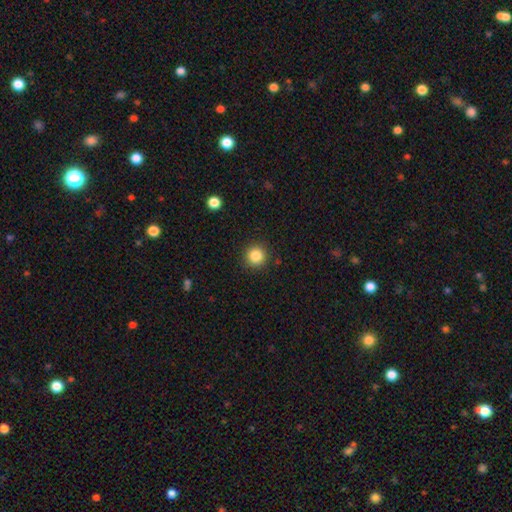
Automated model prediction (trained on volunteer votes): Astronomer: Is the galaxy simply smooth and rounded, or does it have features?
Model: smooth — 85%.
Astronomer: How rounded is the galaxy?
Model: round — 94%.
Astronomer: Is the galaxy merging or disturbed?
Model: none — 91%.